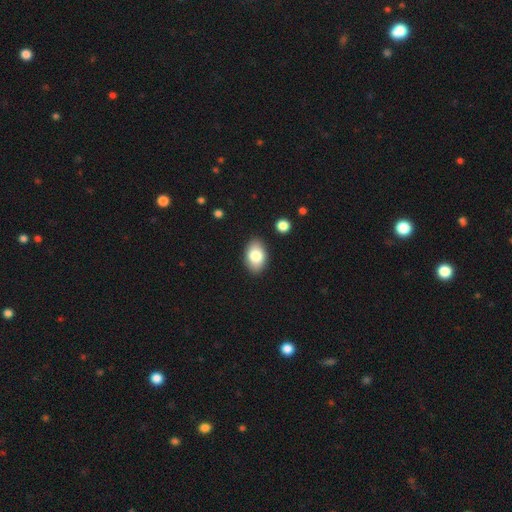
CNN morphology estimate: Smooth or featured? Predicted: smooth (p=0.81). How rounded? Predicted: in between (p=0.91). Merging? Predicted: none (p=0.87).